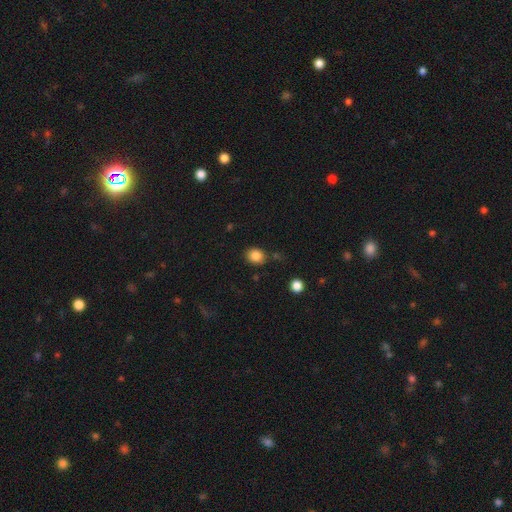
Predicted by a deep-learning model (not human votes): Smooth or featured? smooth (85%)
How rounded? round (64%)
Merging? none (79%)